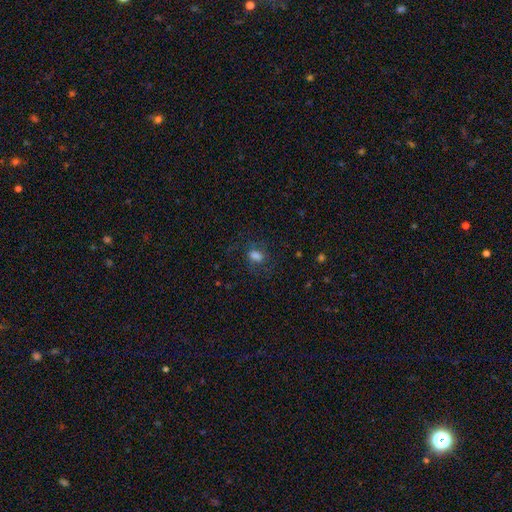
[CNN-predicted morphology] A smooth galaxy with no disk features (58%) that is in between round and cigar-shaped (69%). Merging: none (60%).